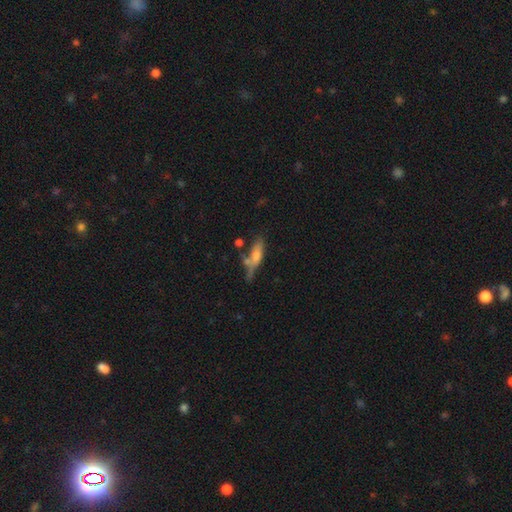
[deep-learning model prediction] Smooth or featured: smooth — 45% (featured or disk — 42%)
Merging: none — 45% (minor disturbance — 23%)